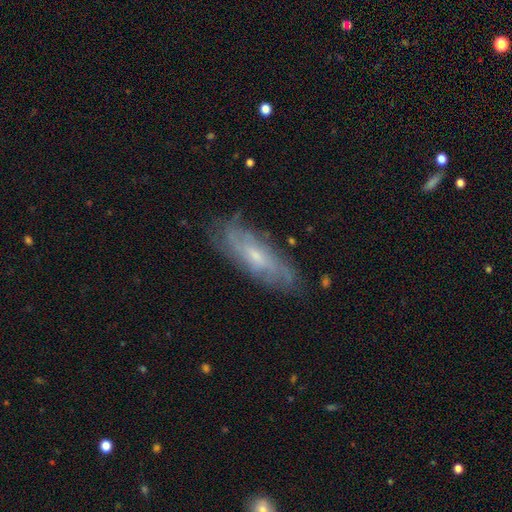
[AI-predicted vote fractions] A featured or disk galaxy (64%). Merging: none (78%).